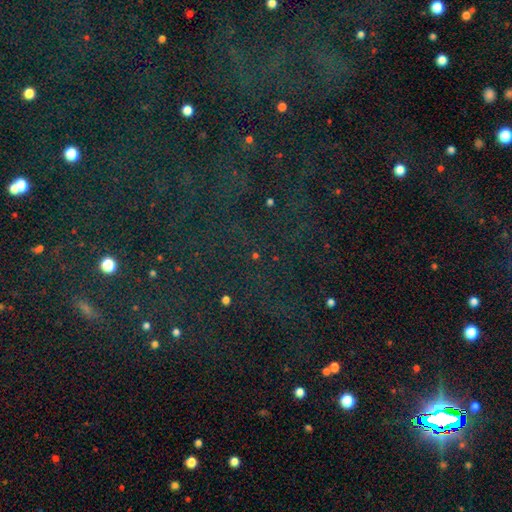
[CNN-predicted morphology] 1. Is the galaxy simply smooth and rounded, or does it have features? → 76% star or artifact, 15% smooth, 9% featured or disk.